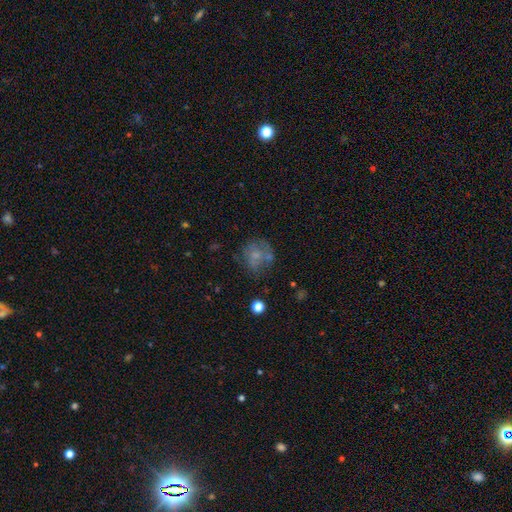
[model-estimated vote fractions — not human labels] A smooth galaxy with no disk features (54%) that is round (76%).

Vote fractions:
- Smooth or featured? smooth: 54% / featured or disk: 32% / star or artifact: 14%
- How rounded? round: 76% / in between: 23% / cigar-shaped: 1%
- Merging? none: 49% / minor disturbance: 22% / major disturbance: 17% / merger: 12%